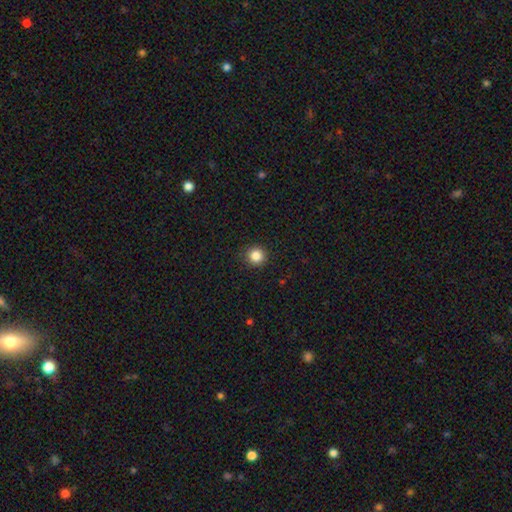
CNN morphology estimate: The model was most divided on "smooth or featured": smooth: 85%, star or artifact: 11%, featured or disk: 4%. More confident: how rounded — round (94%); merging — none (92%).